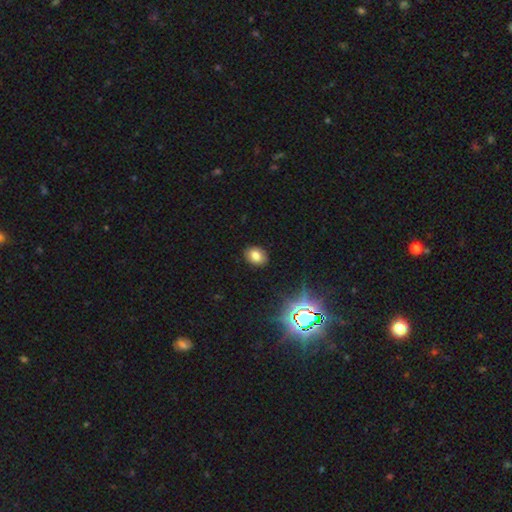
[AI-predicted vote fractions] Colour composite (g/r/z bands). It shows a smooth galaxy with no disk features (77%) that is in between round and cigar-shaped (60%). Merging: none (88%).